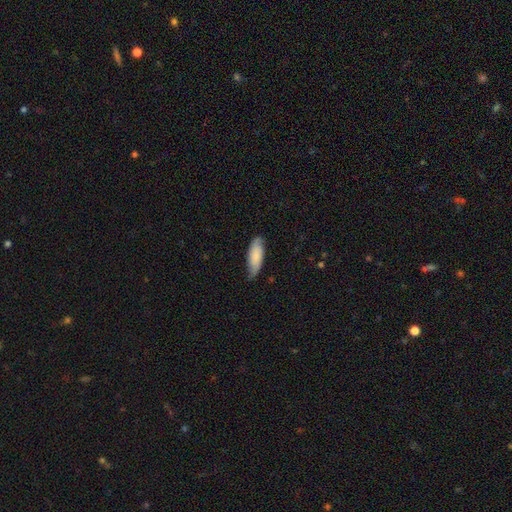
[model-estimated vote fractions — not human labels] Smooth or featured? Predicted: smooth (p=0.76). How rounded? Predicted: in between (p=0.67). Merging? Predicted: none (p=0.69).